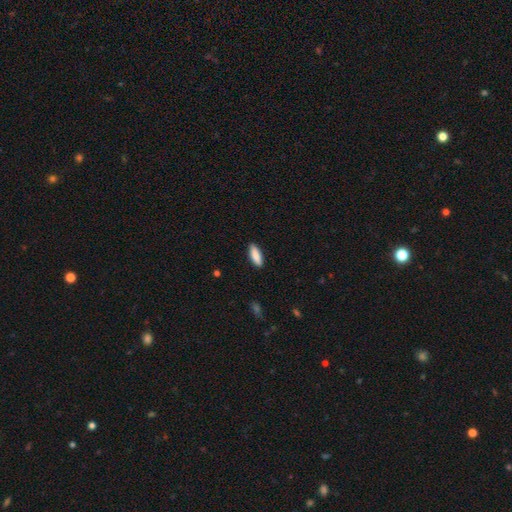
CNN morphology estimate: The model was most divided on "how rounded": in between: 66%, cigar-shaped: 32%, round: 2%. More confident: merging — none (89%); smooth or featured — smooth (88%).